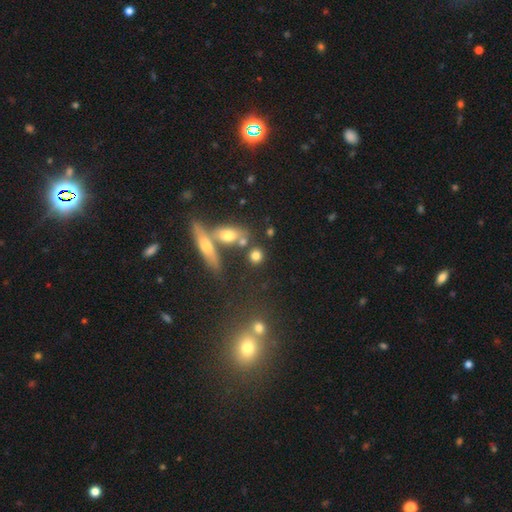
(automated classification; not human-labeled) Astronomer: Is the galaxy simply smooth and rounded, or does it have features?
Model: smooth — 76%.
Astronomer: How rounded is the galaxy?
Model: round — 71%.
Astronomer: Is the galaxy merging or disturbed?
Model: none — 66%.